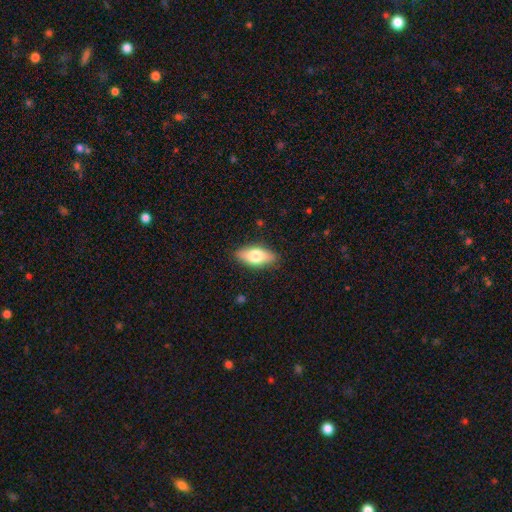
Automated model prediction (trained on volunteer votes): smooth_or_featured: smooth (p=0.69) [alt: featured or disk p=0.25]
how_rounded: in between (p=0.80) [alt: cigar-shaped p=0.16]
merging: none (p=0.86) [alt: minor disturbance p=0.10]